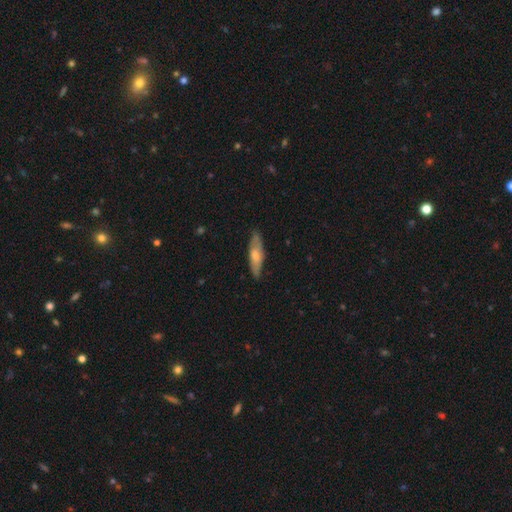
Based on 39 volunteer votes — Q: Smooth or featured?
A: smooth (62%); runner-up: featured or disk (33%)
Q: How rounded?
A: cigar-shaped (54%); runner-up: in between (42%)
Q: Merging?
A: none (76%); runner-up: minor disturbance (16%)